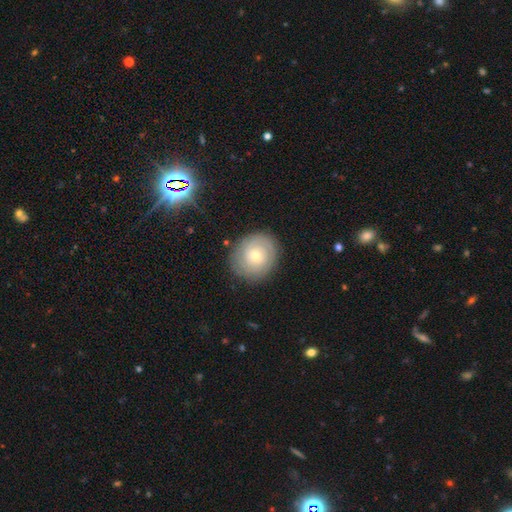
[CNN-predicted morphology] Smooth or featured? featured or disk (67%)
Edge-on disk? no (97%)
Bar? no (78%)
Spiral arms? yes (86%)
Spiral winding? tight (79%)
Spiral arm count? 2 (41%)
Bulge size? small (60%)
Merging? none (84%)